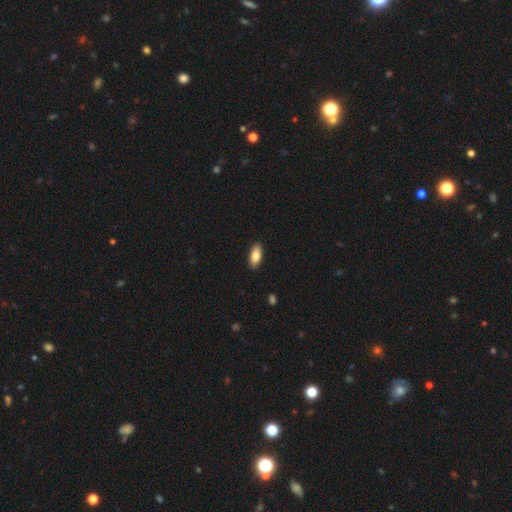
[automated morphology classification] Smooth or featured?
  - smooth: 82% *
  - featured or disk: 12%
  - star or artifact: 6%
How rounded?
  - in between: 87% *
  - cigar-shaped: 11%
  - round: 2%
Merging?
  - none: 90% *
  - minor disturbance: 7%
  - major disturbance: 2%
  - merger: 1%